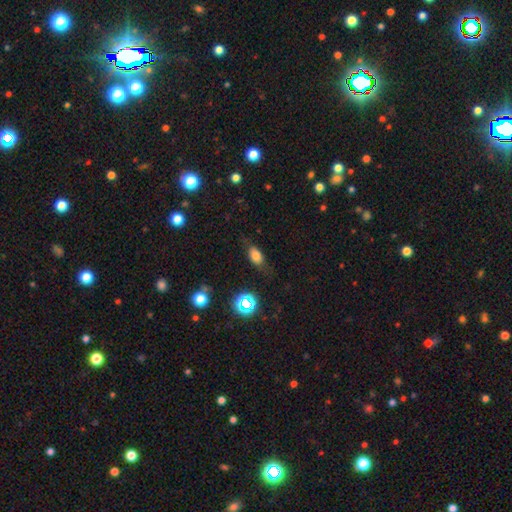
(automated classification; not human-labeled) Smooth or featured? smooth (73%)
How rounded? in between (83%)
Merging? none (72%)